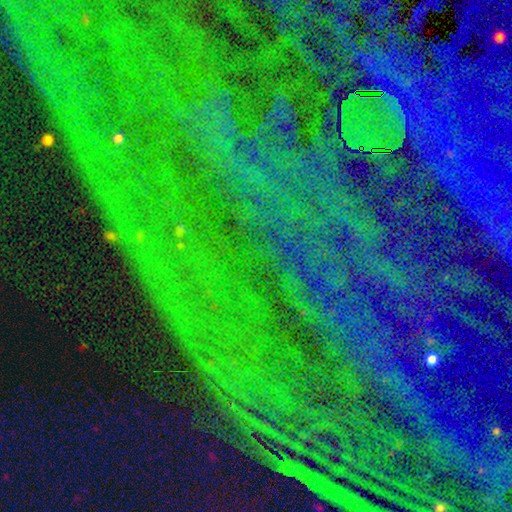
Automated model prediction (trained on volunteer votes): This appears to be a star or artifact, not a galaxy (86%).